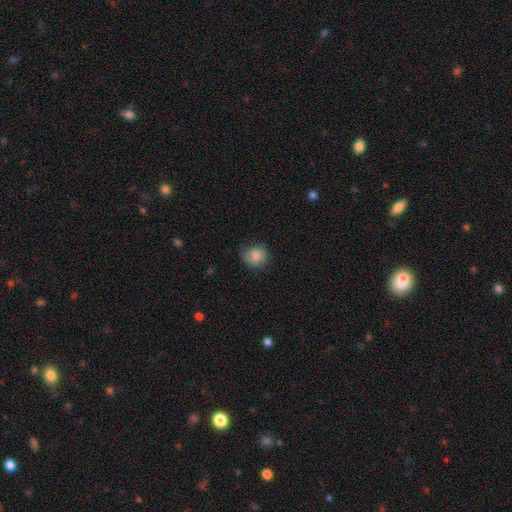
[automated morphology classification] Smooth or featured: smooth — 85% (star or artifact — 8%)
How rounded: round — 81% (in between — 18%)
Merging: none — 71% (minor disturbance — 23%)